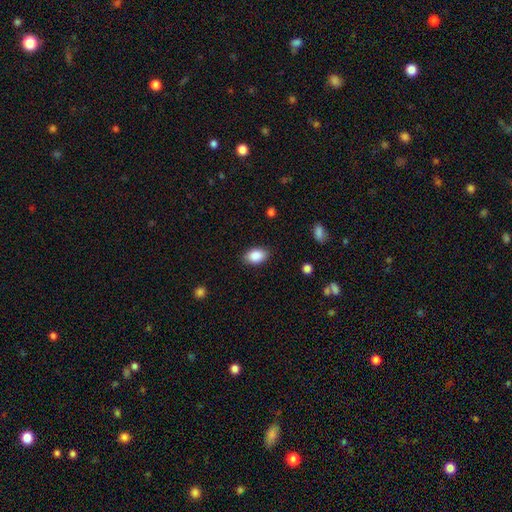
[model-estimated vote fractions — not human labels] Smooth or featured?
  - smooth: 89% *
  - star or artifact: 7%
  - featured or disk: 4%
How rounded?
  - in between: 88% *
  - round: 10%
  - cigar-shaped: 1%
Merging?
  - none: 86% *
  - minor disturbance: 10%
  - major disturbance: 3%
  - merger: 1%